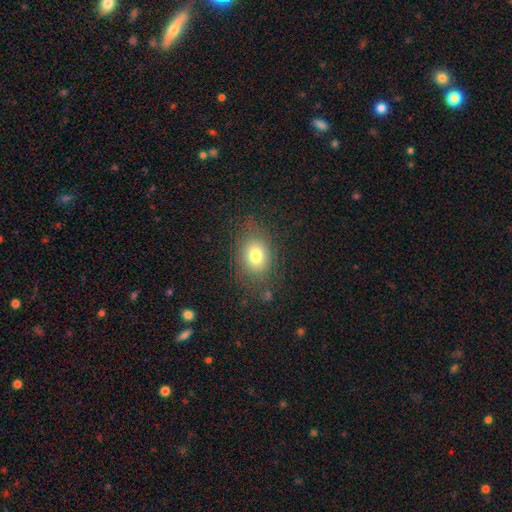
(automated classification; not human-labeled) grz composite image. It shows a smooth galaxy with no disk features (75%) that is in between round and cigar-shaped (58%). Merging: none (77%).